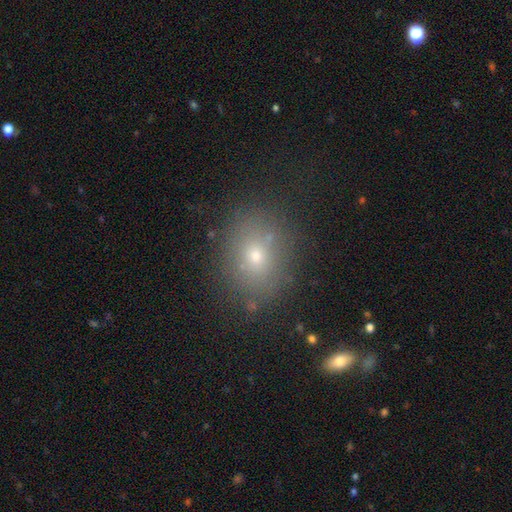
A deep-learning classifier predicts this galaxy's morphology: Overall: smooth (66%). How rounded: round (53%; in between 46%). Merging: none (82%).